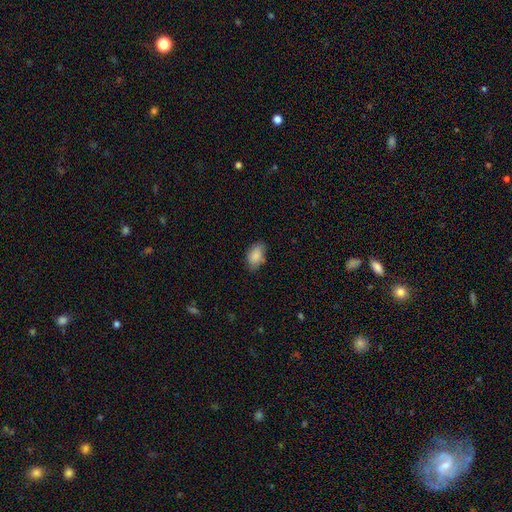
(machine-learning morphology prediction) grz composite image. It shows a smooth galaxy with no disk features (88%) that is in between round and cigar-shaped (91%). Merging: none (74%).